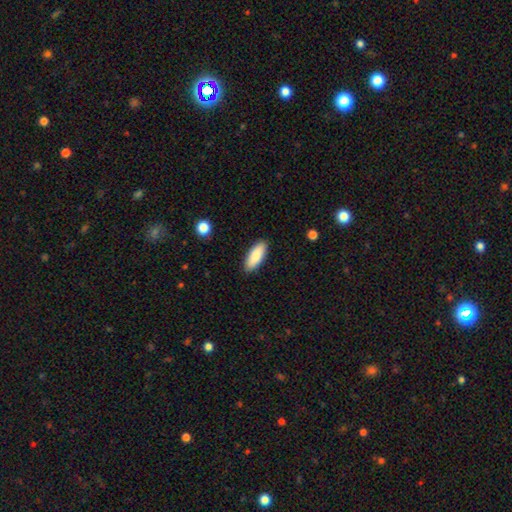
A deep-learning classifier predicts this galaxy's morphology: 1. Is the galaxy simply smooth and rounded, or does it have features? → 87% smooth, 7% featured or disk, 6% star or artifact.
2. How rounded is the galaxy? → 78% in between, 21% cigar-shaped, 2% round.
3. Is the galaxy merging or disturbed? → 89% none, 9% minor disturbance, 2% major disturbance, 1% merger.